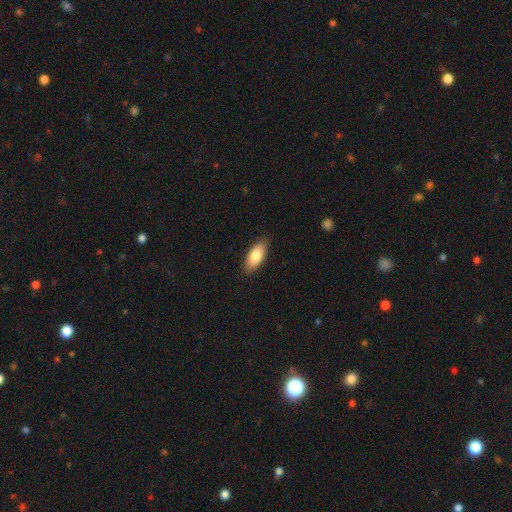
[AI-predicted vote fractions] Smooth or featured: smooth — 79% (featured or disk — 15%)
How rounded: in between — 83% (cigar-shaped — 15%)
Merging: none — 88% (minor disturbance — 9%)